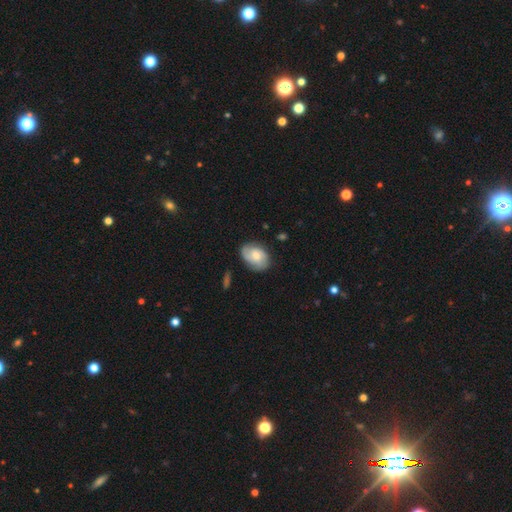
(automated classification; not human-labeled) This is possibly a smooth galaxy (49%). Merging: likely none (71%).